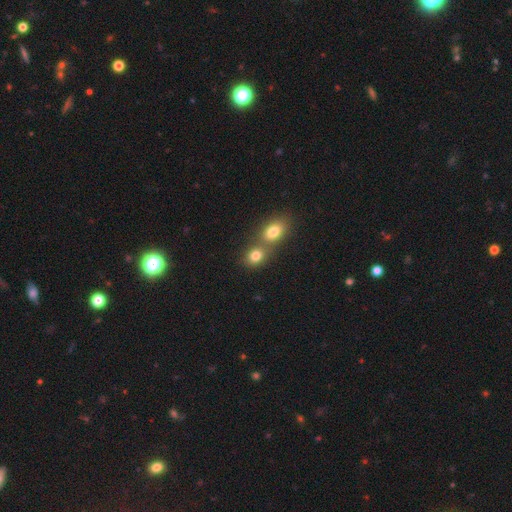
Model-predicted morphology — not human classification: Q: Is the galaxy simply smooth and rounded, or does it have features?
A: smooth — 80%.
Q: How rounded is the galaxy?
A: in between — 51%.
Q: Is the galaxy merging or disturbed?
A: merger — 55%.